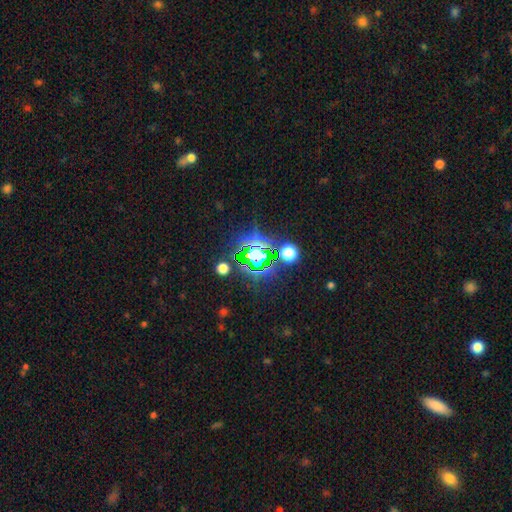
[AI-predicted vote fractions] Morphology: type=star or artifact (70%).